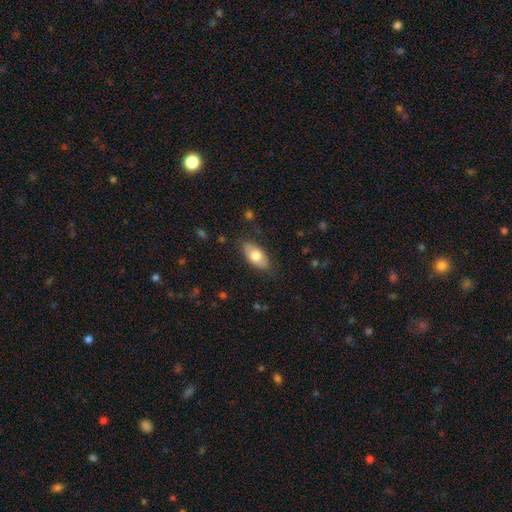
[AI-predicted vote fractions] Smooth or featured?
  - smooth: 73% *
  - featured or disk: 21%
  - star or artifact: 6%
How rounded?
  - in between: 91% *
  - cigar-shaped: 6%
  - round: 3%
Merging?
  - none: 82% *
  - minor disturbance: 14%
  - major disturbance: 3%
  - merger: 1%